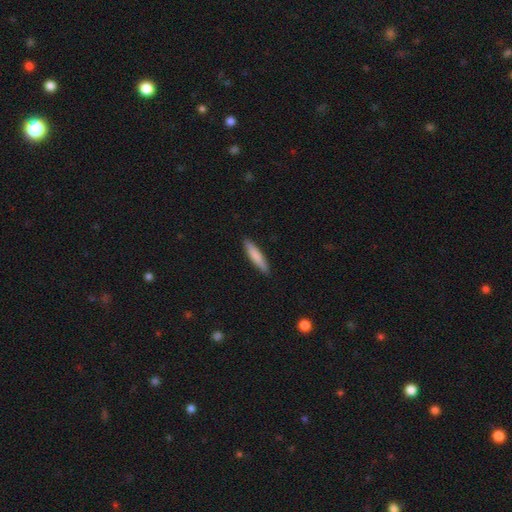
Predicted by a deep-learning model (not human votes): A smooth galaxy with no disk features (78%) that is cigar-shaped (88%). Merging: none (90%).